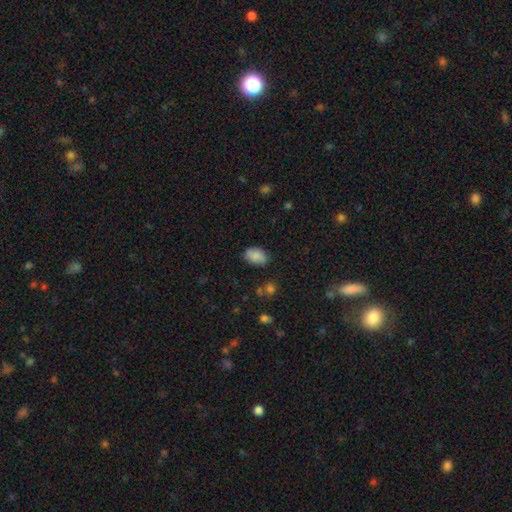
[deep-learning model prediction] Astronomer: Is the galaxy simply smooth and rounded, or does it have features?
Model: smooth — 85%.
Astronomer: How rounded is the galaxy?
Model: in between — 86%.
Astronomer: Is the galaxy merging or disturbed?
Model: none — 77%.